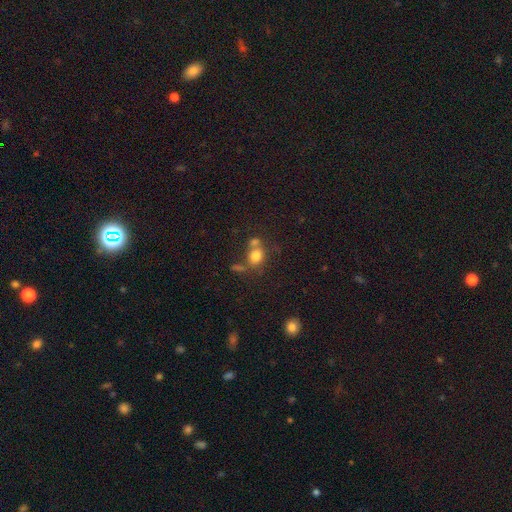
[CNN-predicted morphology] smooth_or_featured: smooth (p=0.77) [alt: star or artifact p=0.13]
how_rounded: round (p=0.66) [alt: in between p=0.33]
merging: none (p=0.46) [alt: merger p=0.36]